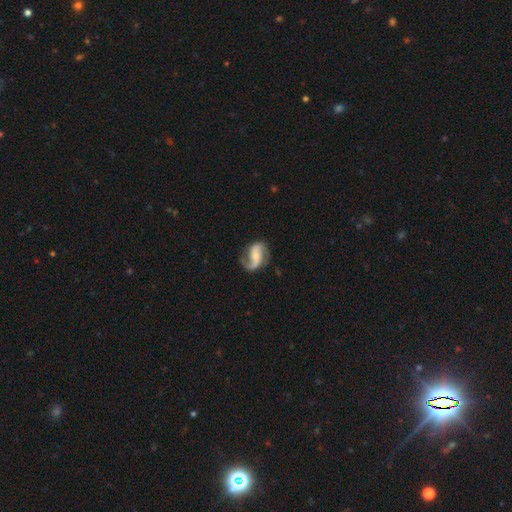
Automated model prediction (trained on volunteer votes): featured or disk 88%, smooth 8%, star or artifact 5%. Down the decision tree: edge-on disk — no (98%); bar — no (40%); spiral arms — yes (97%); spiral arm count — 2 (88%); spiral winding — loose (47%); bulge size — small (49%); merging — none (73%).